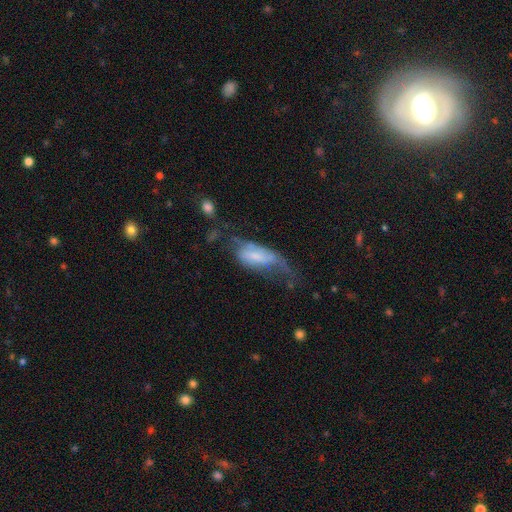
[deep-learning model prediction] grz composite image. It shows a smooth galaxy with no disk features (46%). Merging: major disturbance (48%).